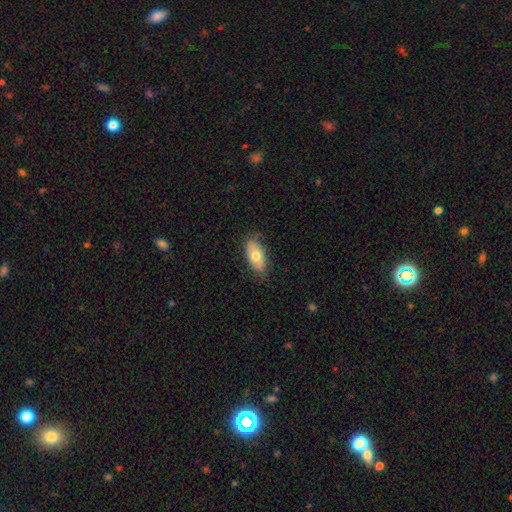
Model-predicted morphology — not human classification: A smooth galaxy with no disk features (72%) that is in between round and cigar-shaped (87%). Merging: none (81%).